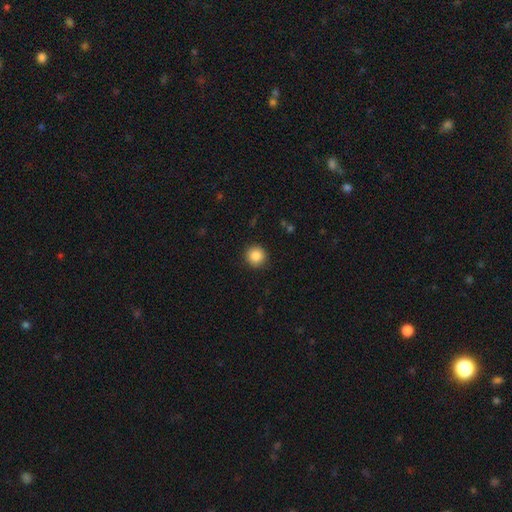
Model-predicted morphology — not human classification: Smooth or featured?
  - smooth: 86% *
  - star or artifact: 9%
  - featured or disk: 5%
How rounded?
  - round: 94% *
  - in between: 5%
  - cigar-shaped: 1%
Merging?
  - none: 91% *
  - minor disturbance: 6%
  - major disturbance: 2%
  - merger: 1%